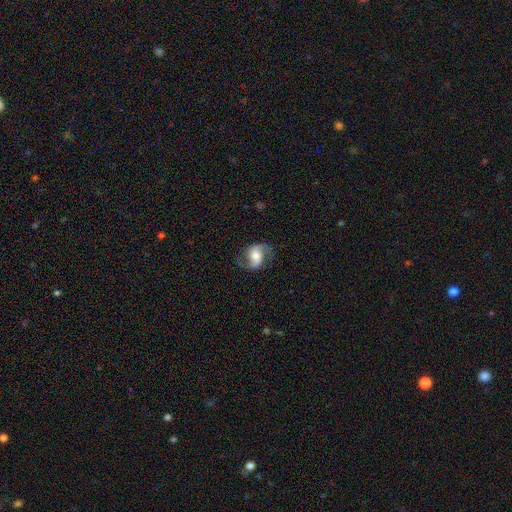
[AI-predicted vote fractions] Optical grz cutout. It shows a featured or disk galaxy (71%) with a weak bar (38%), 2 (90%) loose (47%) spiral arms (92%) and a moderate central bulge (53%). Merging: none (72%).